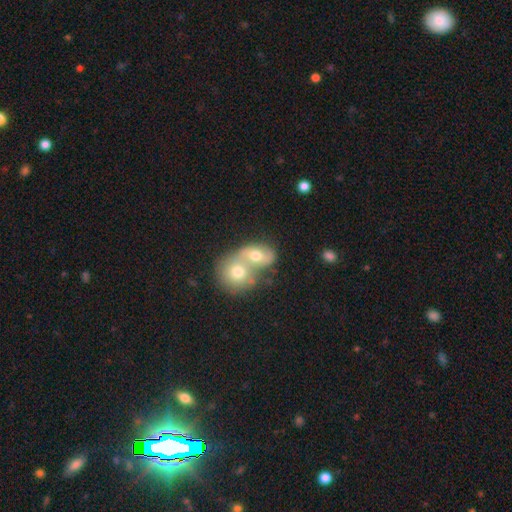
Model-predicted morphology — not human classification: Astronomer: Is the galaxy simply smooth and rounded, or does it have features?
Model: smooth — 59%.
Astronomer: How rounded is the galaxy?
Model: in between — 51% (runner-up: round, 47%).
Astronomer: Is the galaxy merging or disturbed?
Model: merger — 75%.